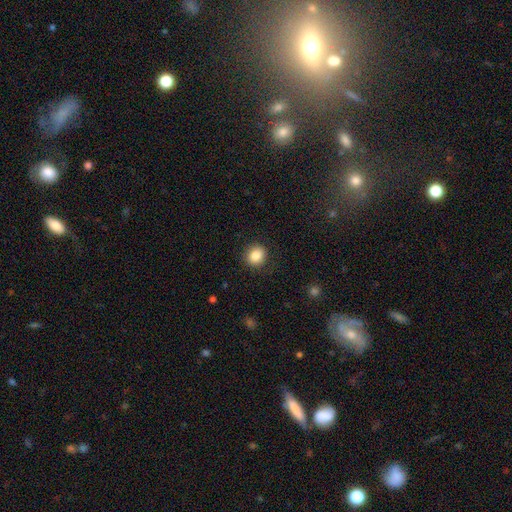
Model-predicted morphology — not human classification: The model was most divided on "how rounded": round: 81%, in between: 18%, cigar-shaped: 1%. More confident: merging — none (89%); smooth or featured — smooth (85%).